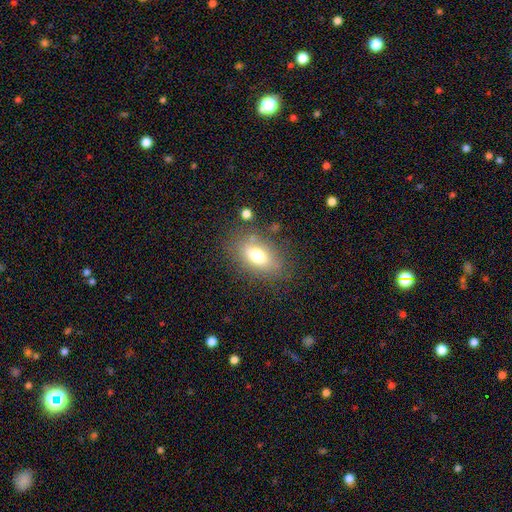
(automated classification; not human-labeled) Smooth or featured? Predicted: smooth (p=0.73). How rounded? Predicted: in between (p=0.86). Merging? Predicted: none (p=0.77).